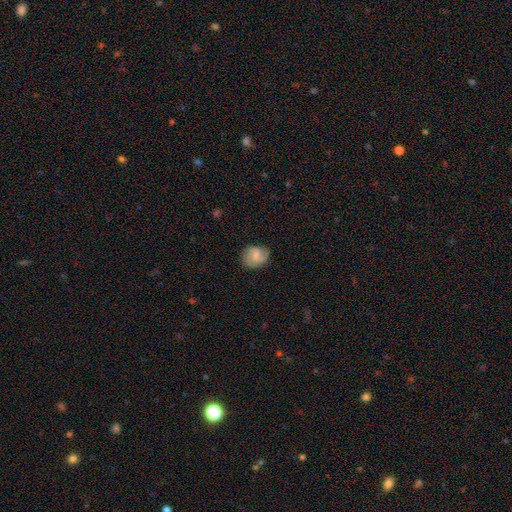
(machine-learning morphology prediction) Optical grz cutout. It shows a smooth galaxy with no disk features (56%) that is round (62%). Merging: none (72%).